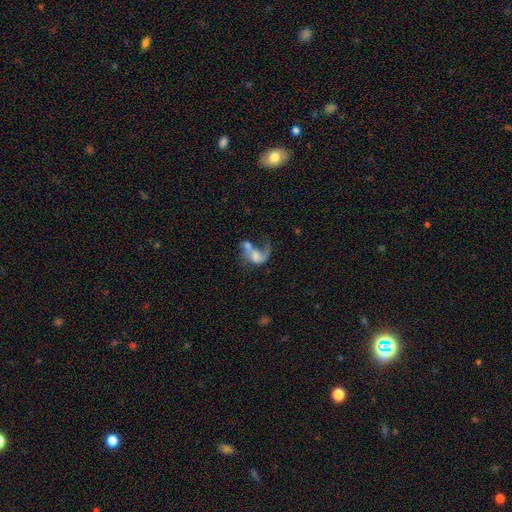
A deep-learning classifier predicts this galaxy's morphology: Smooth or featured? featured or disk (58%)
Edge-on disk? no (97%)
Bar? no (67%)
Spiral arms? yes (70%)
Bulge size? moderate (31%)
Merging? merger (41%)